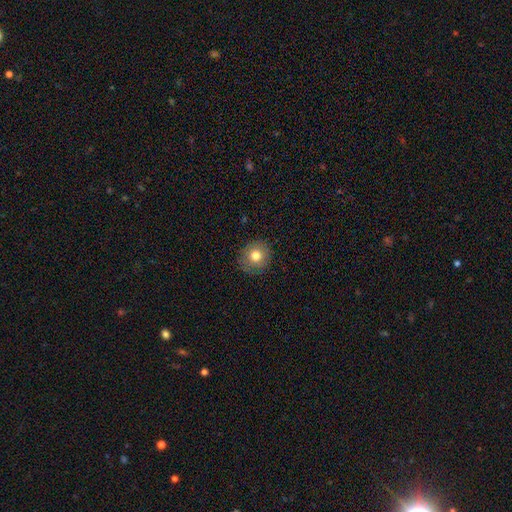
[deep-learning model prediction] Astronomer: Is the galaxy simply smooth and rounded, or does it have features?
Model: smooth — 76%.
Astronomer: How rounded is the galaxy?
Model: round — 87%.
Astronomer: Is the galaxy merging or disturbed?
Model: none — 88%.